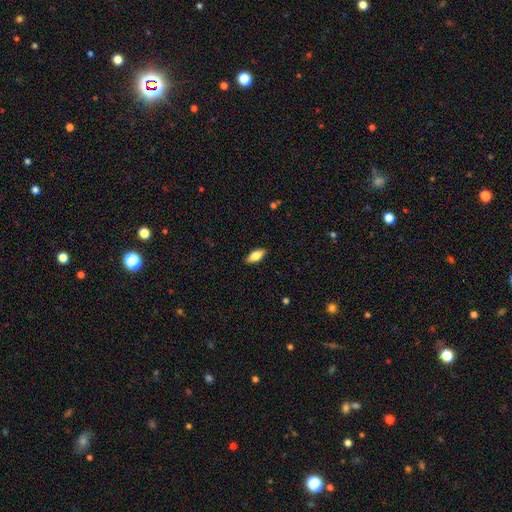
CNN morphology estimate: A smooth galaxy with no disk features (77%) that is in between round and cigar-shaped (84%). Merging: none (88%).